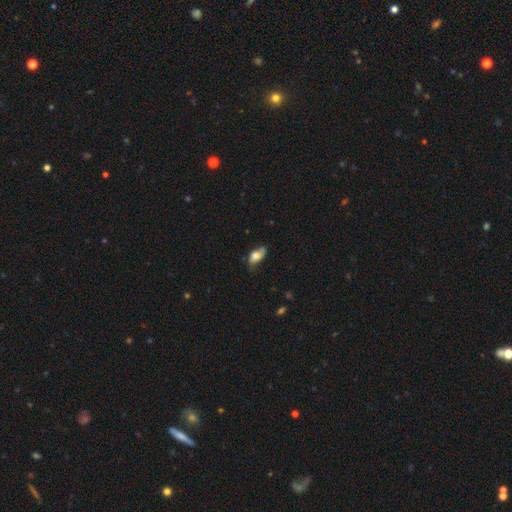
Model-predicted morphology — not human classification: A smooth galaxy with no disk features (61%) that is in between round and cigar-shaped (87%). Merging: none (52%).